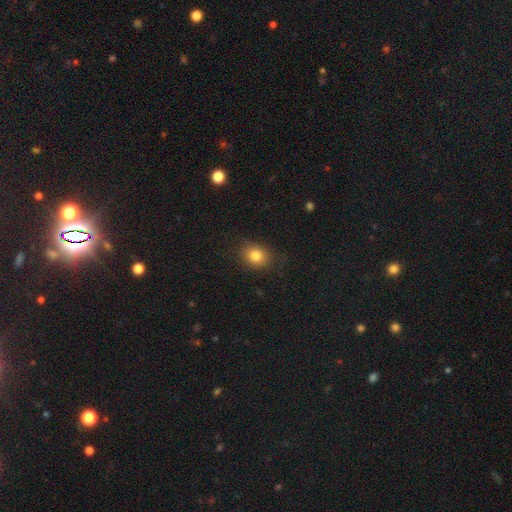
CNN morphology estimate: A smooth galaxy with no disk features (82%) that is round (56%).

Vote fractions:
- Smooth or featured? smooth: 82% / star or artifact: 11% / featured or disk: 7%
- How rounded? round: 56% / in between: 43% / cigar-shaped: 1%
- Merging? none: 84% / minor disturbance: 12% / major disturbance: 3% / merger: 1%